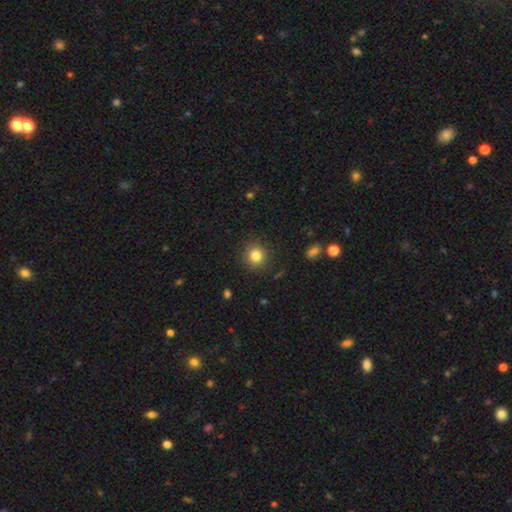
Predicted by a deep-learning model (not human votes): smooth-or-featured: smooth: 82% | star or artifact: 12% | featured or disk: 6%
  how-rounded: round: 91% | in between: 8% | cigar-shaped: 1%
  merging: none: 89% | minor disturbance: 7% | major disturbance: 3% | merger: 1%